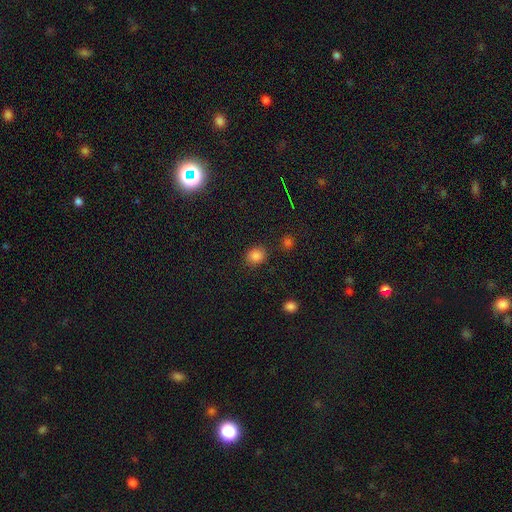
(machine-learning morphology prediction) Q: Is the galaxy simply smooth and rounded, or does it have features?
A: smooth — 83%.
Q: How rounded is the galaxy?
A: round — 60%.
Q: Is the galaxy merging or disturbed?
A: none — 83%.